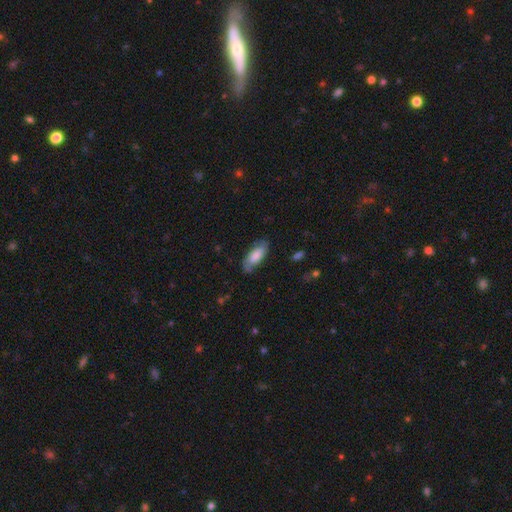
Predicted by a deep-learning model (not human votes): Overall: smooth (69%). How rounded: in between (78%). Merging: none (74%).